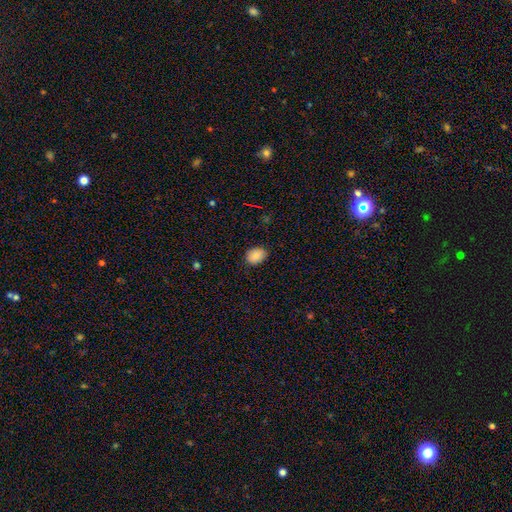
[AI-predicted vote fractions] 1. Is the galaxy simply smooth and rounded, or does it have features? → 85% smooth, 8% star or artifact, 7% featured or disk.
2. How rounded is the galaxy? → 70% in between, 29% round, 1% cigar-shaped.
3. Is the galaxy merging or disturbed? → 84% none, 12% minor disturbance, 2% major disturbance, 1% merger.